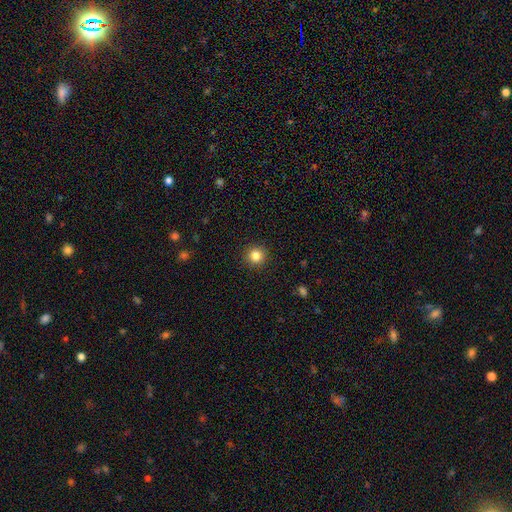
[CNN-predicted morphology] Smooth or featured? Predicted: smooth (p=0.83). How rounded? Predicted: round (p=0.95). Merging? Predicted: none (p=0.92).